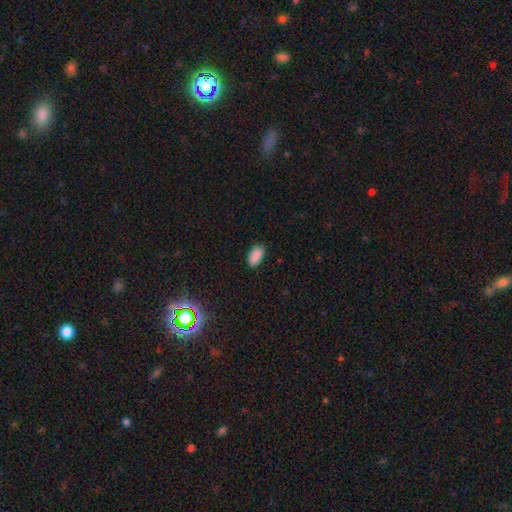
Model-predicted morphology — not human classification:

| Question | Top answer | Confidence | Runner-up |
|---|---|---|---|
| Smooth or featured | smooth | 88% | star or artifact (9%) |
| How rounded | in between | 93% | round (4%) |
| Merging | none | 85% | minor disturbance (12%) |